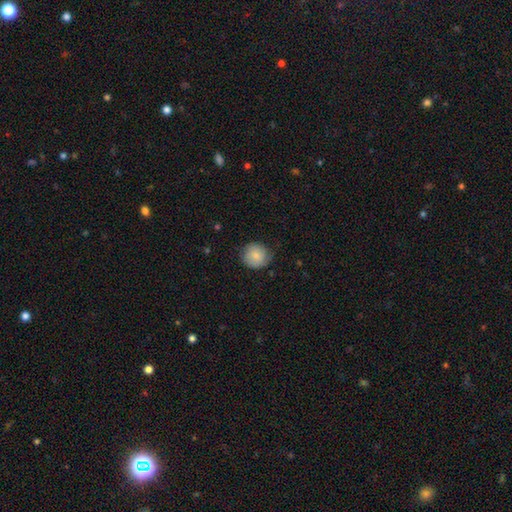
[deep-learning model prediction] smooth 80%, featured or disk 13%, star or artifact 7%. Down the decision tree: how rounded — round (92%); merging — none (70%).